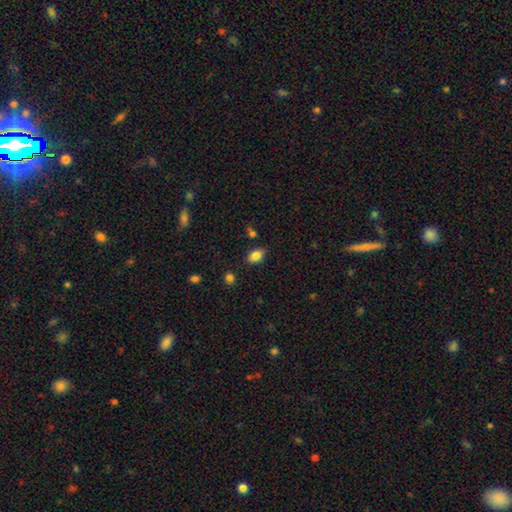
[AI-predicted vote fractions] This is clearly a smooth galaxy (84%). How rounded: clearly in between (87%). Merging: clearly none (83%).